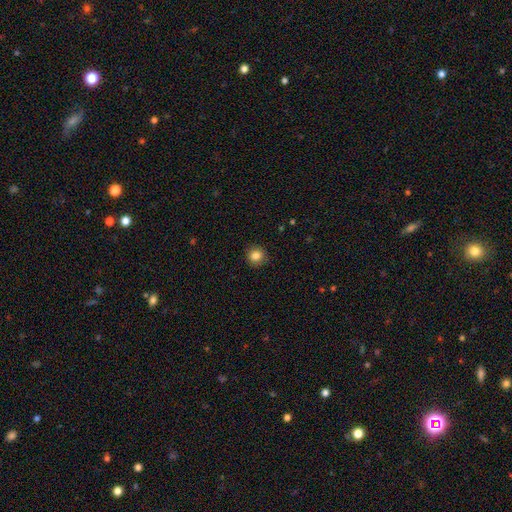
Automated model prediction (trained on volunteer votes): This is clearly a smooth galaxy (85%). How rounded: clearly round (93%). Merging: clearly none (90%).